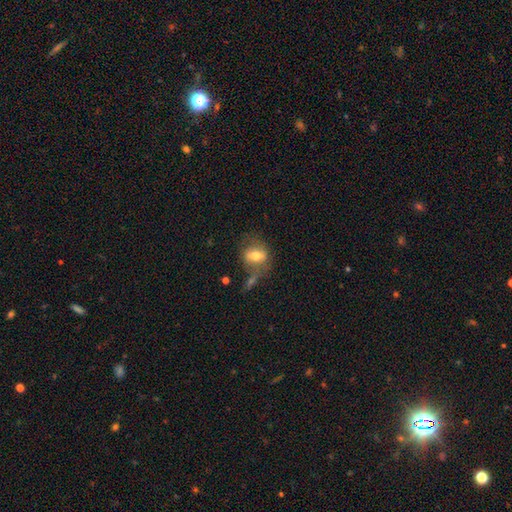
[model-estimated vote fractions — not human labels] Overall: smooth (61%; featured or disk 30%). How rounded: in between (60%; round 37%). Merging: none (49%; minor disturbance 20%).